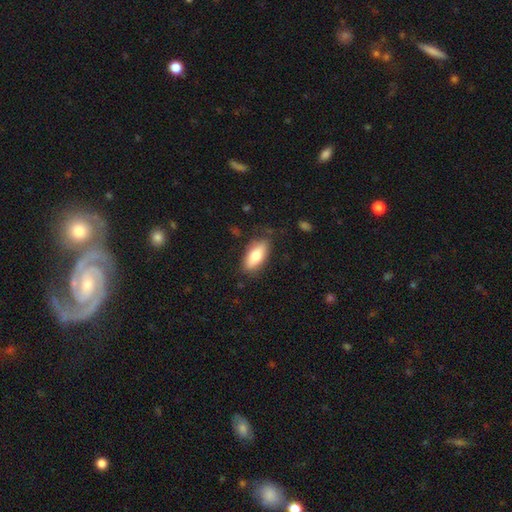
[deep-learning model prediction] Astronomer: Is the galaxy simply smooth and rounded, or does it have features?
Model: smooth — 73%.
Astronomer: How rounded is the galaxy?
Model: in between — 81%.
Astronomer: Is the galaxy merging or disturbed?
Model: none — 79%.